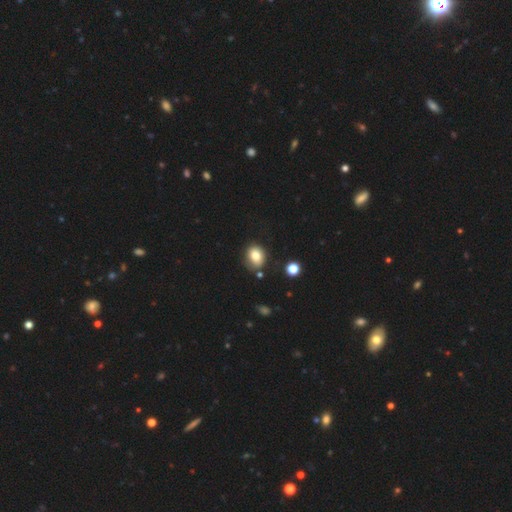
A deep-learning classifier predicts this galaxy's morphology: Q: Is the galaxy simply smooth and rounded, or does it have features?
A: smooth — 80%.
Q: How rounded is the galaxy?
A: round — 51%.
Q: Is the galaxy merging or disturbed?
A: none — 74%.